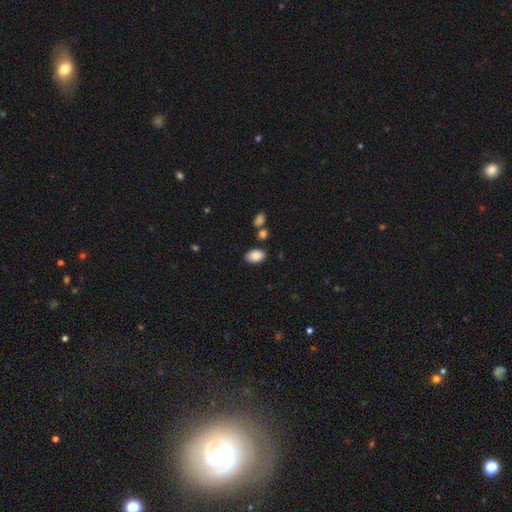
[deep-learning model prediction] Morphology: type=smooth (88%); roundness=in between (86%); merging=none (80%).